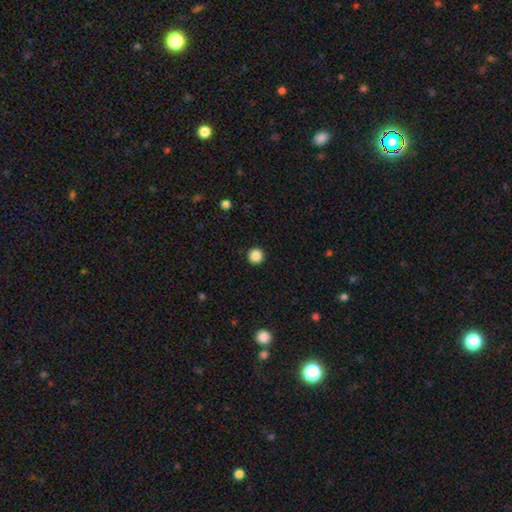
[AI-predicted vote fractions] The model was most divided on "smooth or featured": smooth: 87%, star or artifact: 10%, featured or disk: 2%. More confident: how rounded — round (96%); merging — none (93%).